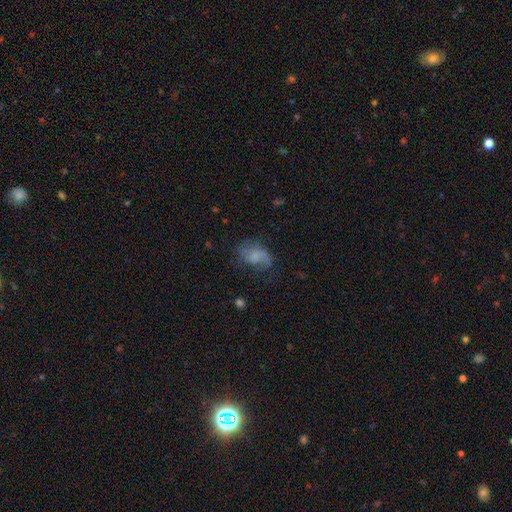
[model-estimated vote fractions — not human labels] A smooth galaxy with no disk features (49%). Merging: none (43%).